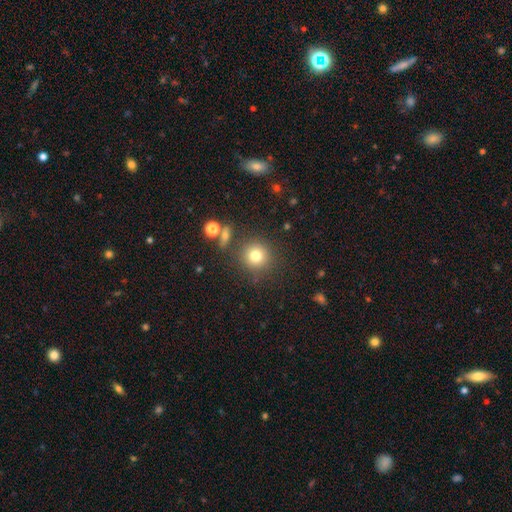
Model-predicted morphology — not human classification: smooth 78%, star or artifact 14%, featured or disk 8%. Down the decision tree: how rounded — round (93%); merging — none (83%).